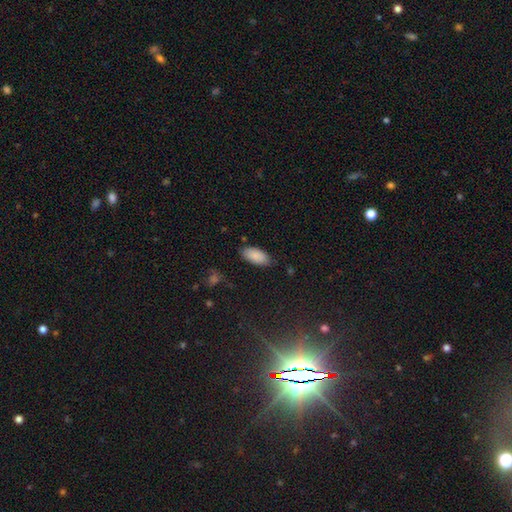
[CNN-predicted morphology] A smooth galaxy with no disk features (88%) that is in between round and cigar-shaped (91%).

Vote fractions:
- Smooth or featured? smooth: 88% / star or artifact: 7% / featured or disk: 5%
- How rounded? in between: 91% / cigar-shaped: 7% / round: 2%
- Merging? none: 82% / minor disturbance: 13% / major disturbance: 3% / merger: 2%